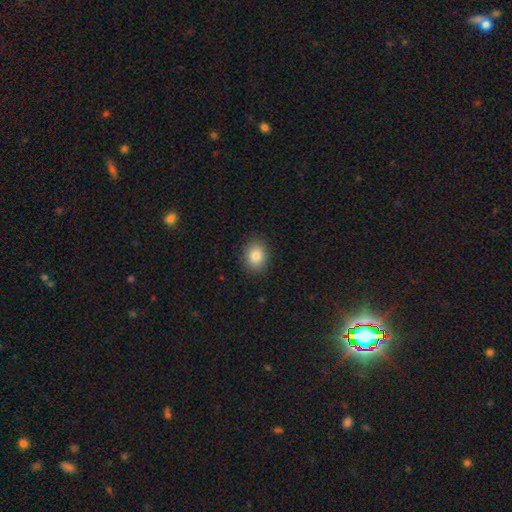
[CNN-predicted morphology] type=smooth (84%); roundness=in between (54%); merging=none (89%).